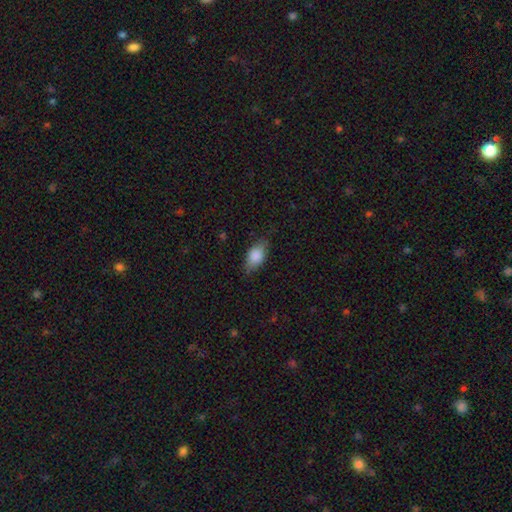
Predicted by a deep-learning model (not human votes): smooth-or-featured: smooth: 82% | featured or disk: 11% | star or artifact: 7%
  how-rounded: in between: 87% | round: 8% | cigar-shaped: 5%
  merging: none: 74% | minor disturbance: 20% | major disturbance: 5% | merger: 1%